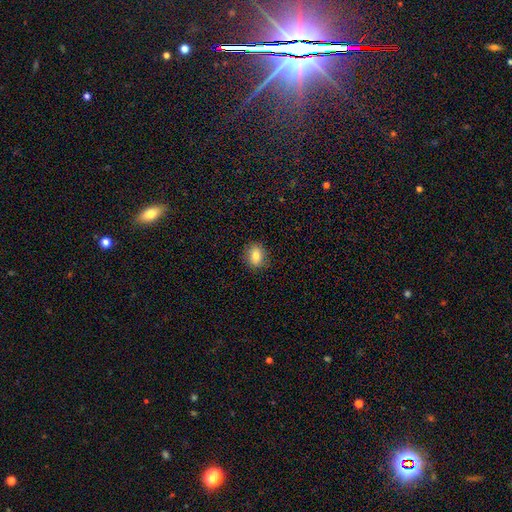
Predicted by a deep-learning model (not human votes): Smooth or featured? Predicted: smooth (p=0.81). How rounded? Predicted: in between (p=0.56). Merging? Predicted: none (p=0.86).